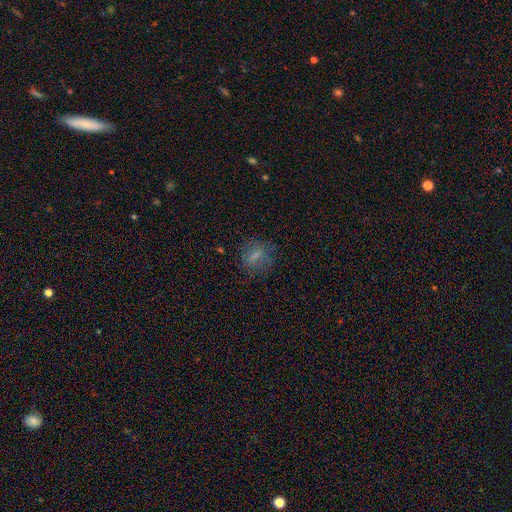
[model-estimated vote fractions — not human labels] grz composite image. It shows a smooth galaxy with no disk features (66%) that is round (49%). Merging: none (71%).